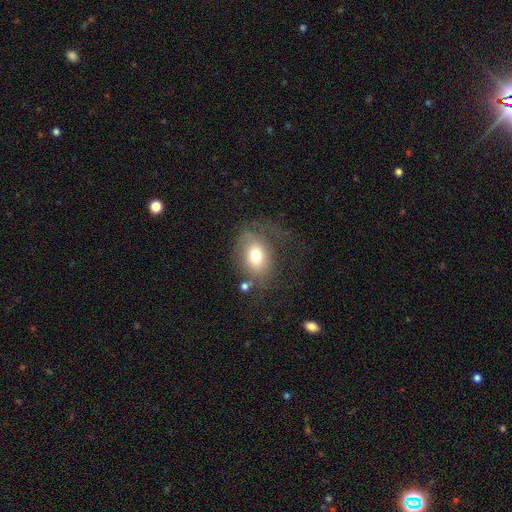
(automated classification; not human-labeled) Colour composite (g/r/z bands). It shows a smooth galaxy with no disk features (65%) that is in between round and cigar-shaped (65%). Merging: none (46%).